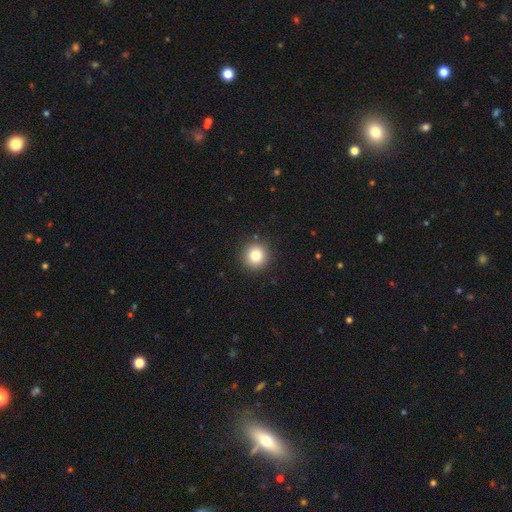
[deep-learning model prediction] Smooth or featured? Predicted: smooth (p=0.81). How rounded? Predicted: round (p=0.94). Merging? Predicted: none (p=0.91).